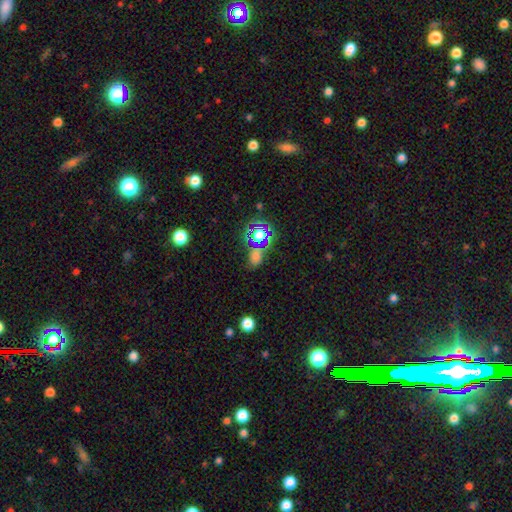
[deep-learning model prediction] Q: Smooth or featured?
A: smooth (51%); runner-up: star or artifact (40%)
Q: How rounded?
A: in between (56%); runner-up: round (41%)
Q: Merging?
A: none (65%); runner-up: minor disturbance (15%)